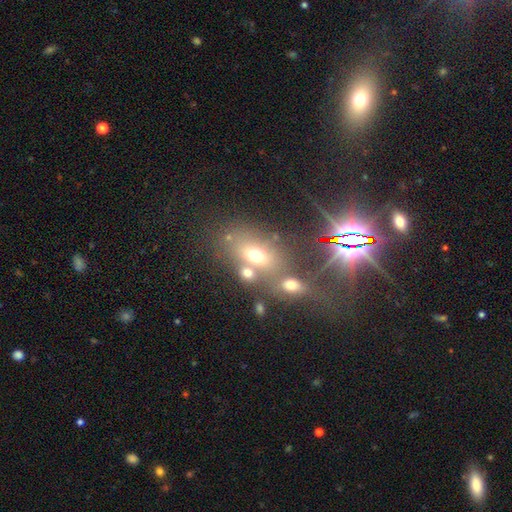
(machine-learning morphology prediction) Smooth or featured? Predicted: smooth (p=0.61). How rounded? Predicted: in between (p=0.70). Merging? Predicted: none (p=0.44).